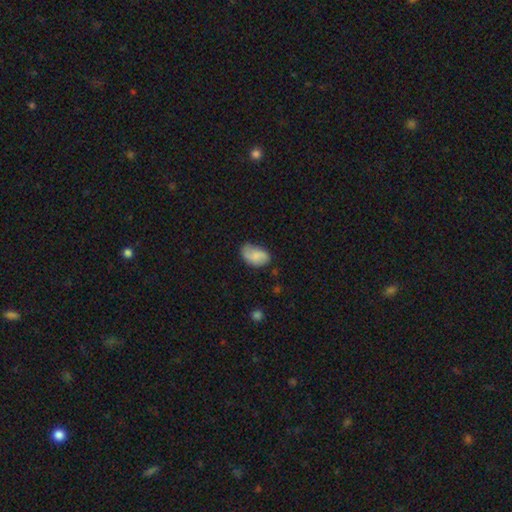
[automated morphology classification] type=smooth (71%); roundness=in between (91%); merging=none (59%).